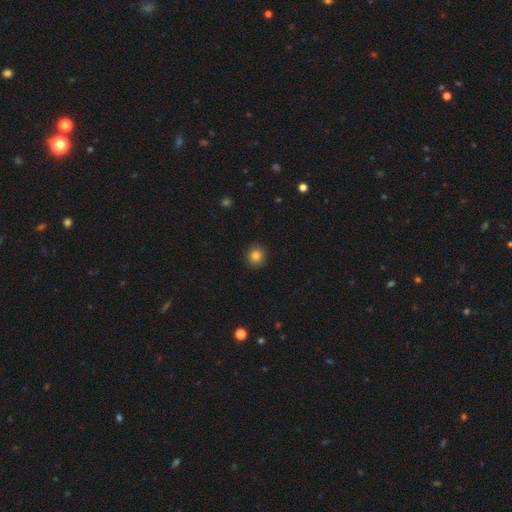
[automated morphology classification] Smooth or featured? smooth (83%)
How rounded? round (88%)
Merging? none (91%)